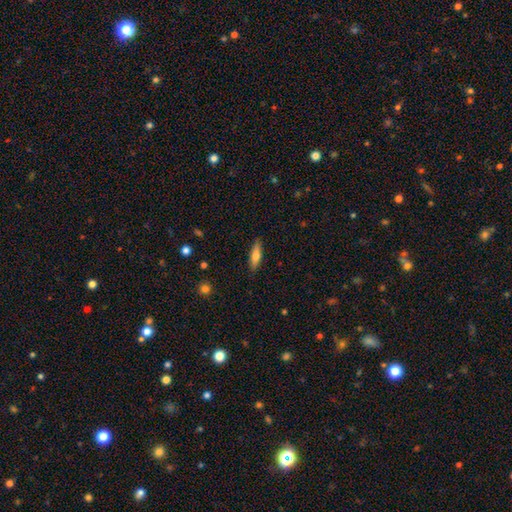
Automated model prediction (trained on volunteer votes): Smooth or featured? Predicted: smooth (p=0.69). How rounded? Predicted: cigar-shaped (p=0.63). Merging? Predicted: none (p=0.87).